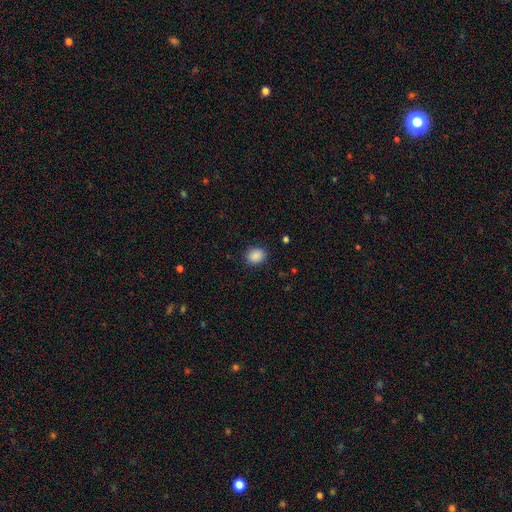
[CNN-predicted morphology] type=smooth (88%); roundness=round (61%); merging=none (87%).